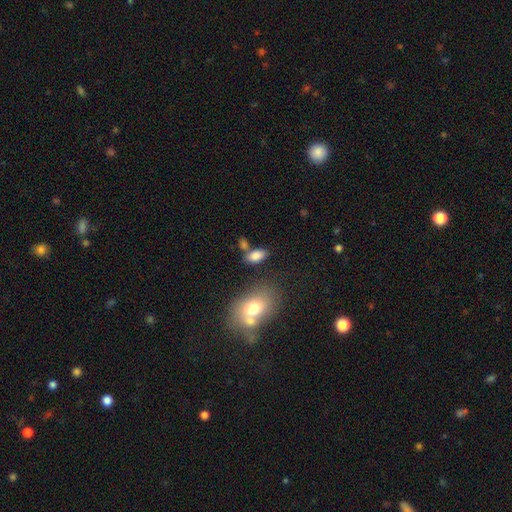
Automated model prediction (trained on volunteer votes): Smooth or featured? Predicted: smooth (p=0.83). How rounded? Predicted: in between (p=0.90). Merging? Predicted: none (p=0.60).